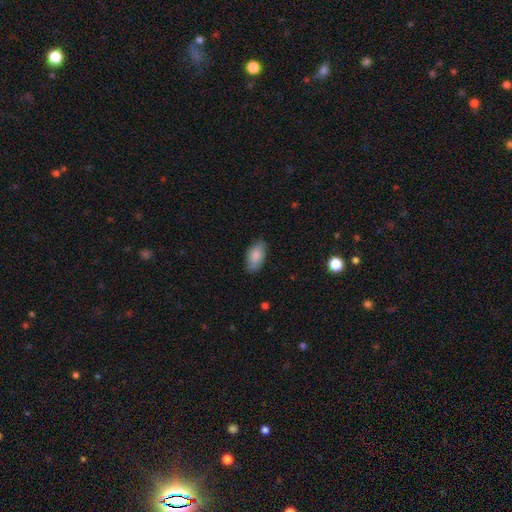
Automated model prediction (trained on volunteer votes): Smooth or featured?
  - smooth: 84% *
  - featured or disk: 10%
  - star or artifact: 6%
How rounded?
  - in between: 92% *
  - cigar-shaped: 5%
  - round: 3%
Merging?
  - none: 81% *
  - minor disturbance: 15%
  - major disturbance: 3%
  - merger: 1%